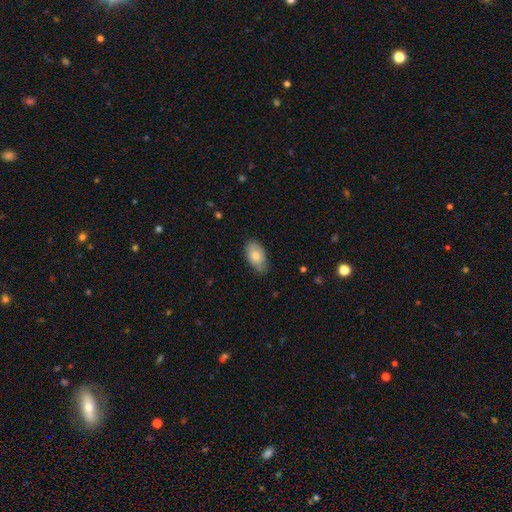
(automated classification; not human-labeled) smooth-or-featured: smooth: 79% | featured or disk: 14% | star or artifact: 6%
  how-rounded: in between: 93% | round: 5% | cigar-shaped: 2%
  merging: none: 74% | minor disturbance: 21% | major disturbance: 3% | merger: 1%